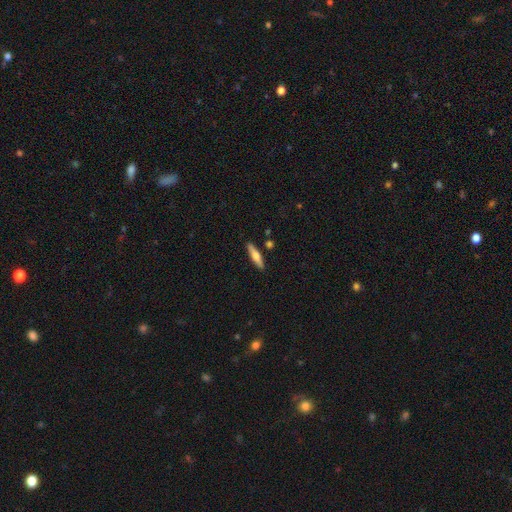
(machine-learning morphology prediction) Q: Smooth or featured?
A: smooth (56%); runner-up: featured or disk (37%)
Q: How rounded?
A: cigar-shaped (78%); runner-up: in between (20%)
Q: Merging?
A: none (87%); runner-up: minor disturbance (8%)